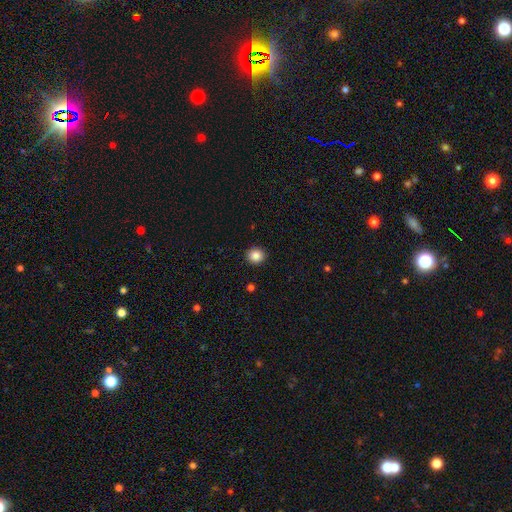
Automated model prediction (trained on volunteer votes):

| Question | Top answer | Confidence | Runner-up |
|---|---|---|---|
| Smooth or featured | smooth | 86% | star or artifact (10%) |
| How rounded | round | 91% | in between (8%) |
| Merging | none | 93% | minor disturbance (5%) |